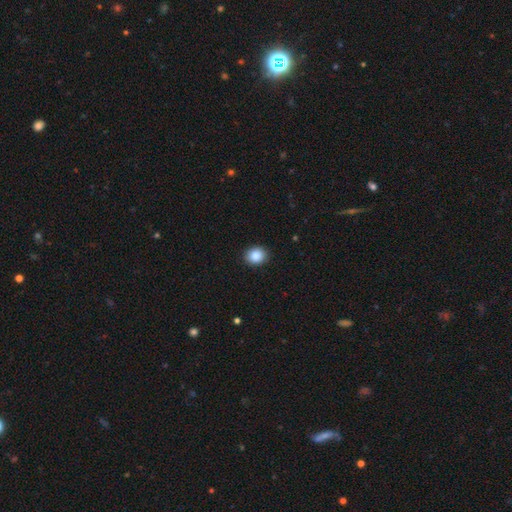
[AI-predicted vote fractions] Overall: smooth (88%). How rounded: round (64%; in between 35%). Merging: none (91%).